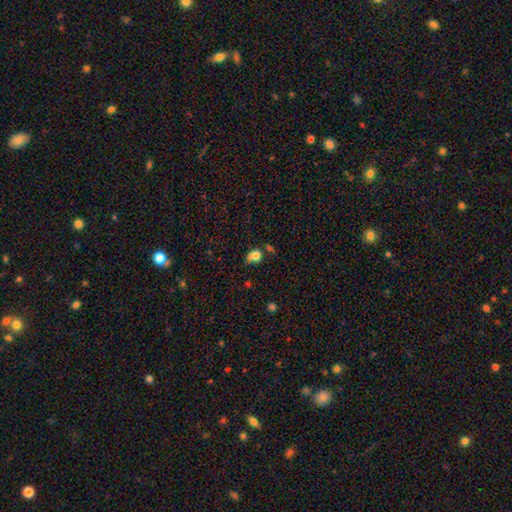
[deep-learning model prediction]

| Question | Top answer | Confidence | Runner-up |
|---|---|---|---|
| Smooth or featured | smooth | 77% | featured or disk (12%) |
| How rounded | in between | 52% | round (46%) |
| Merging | none | 41% | minor disturbance (32%) |